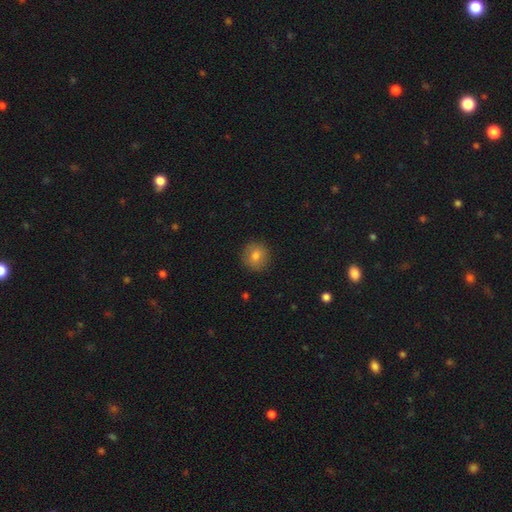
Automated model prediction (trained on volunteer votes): The model was most divided on "smooth or featured": smooth: 79%, featured or disk: 11%, star or artifact: 10%. More confident: how rounded — round (92%); merging — none (90%).